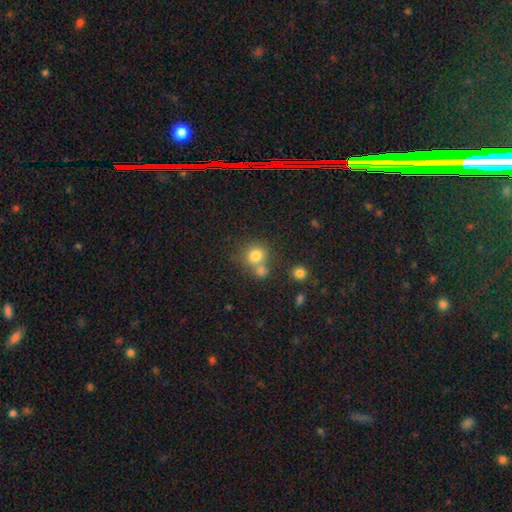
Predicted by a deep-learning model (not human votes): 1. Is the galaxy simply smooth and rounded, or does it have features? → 78% smooth, 13% star or artifact, 9% featured or disk.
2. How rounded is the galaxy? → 84% round, 15% in between, 1% cigar-shaped.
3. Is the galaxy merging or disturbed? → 52% none, 34% merger, 10% minor disturbance, 4% major disturbance.